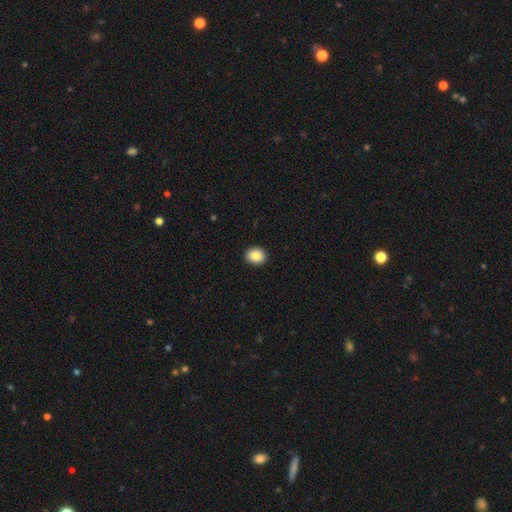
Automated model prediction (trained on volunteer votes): The model was most divided on "how rounded": round: 61%, in between: 38%, cigar-shaped: 1%. More confident: merging — none (91%); smooth or featured — smooth (87%).